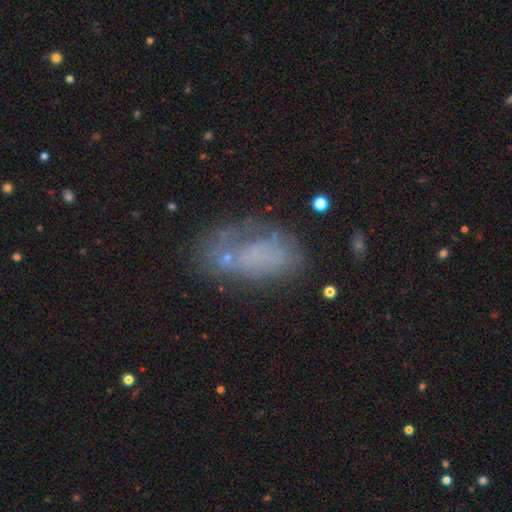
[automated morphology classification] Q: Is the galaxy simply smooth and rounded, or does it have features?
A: smooth — 48%.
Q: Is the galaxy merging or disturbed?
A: none — 43%.